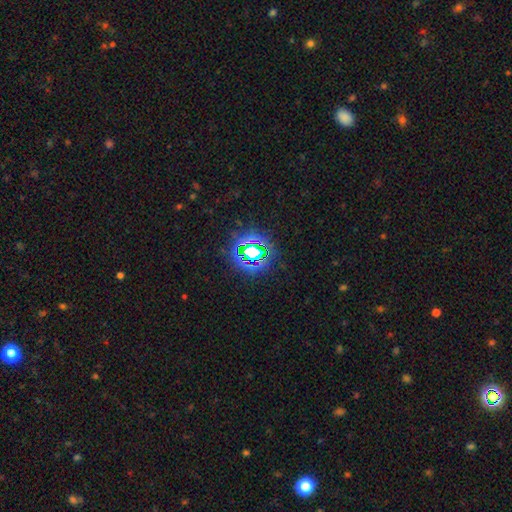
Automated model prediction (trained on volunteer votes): This appears to be a star or artifact, not a galaxy (71%).